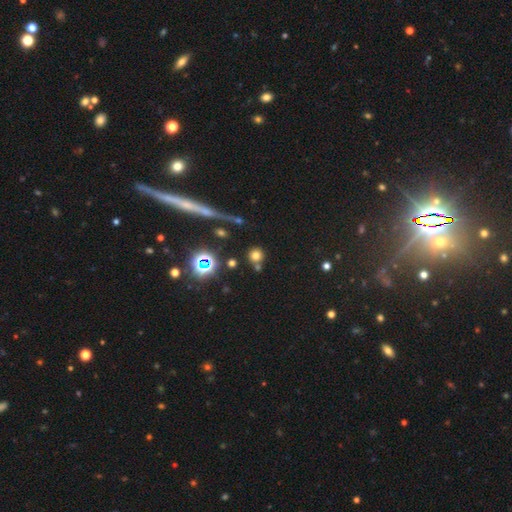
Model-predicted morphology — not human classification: smooth_or_featured: smooth (p=0.69) [alt: star or artifact p=0.22]
how_rounded: round (p=0.91) [alt: in between p=0.08]
merging: none (p=0.70) [alt: merger p=0.18]